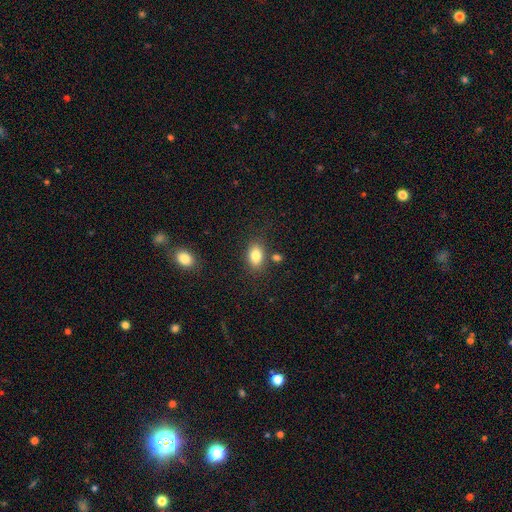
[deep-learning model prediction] Morphology: type=smooth (83%); roundness=in between (79%); merging=none (77%).